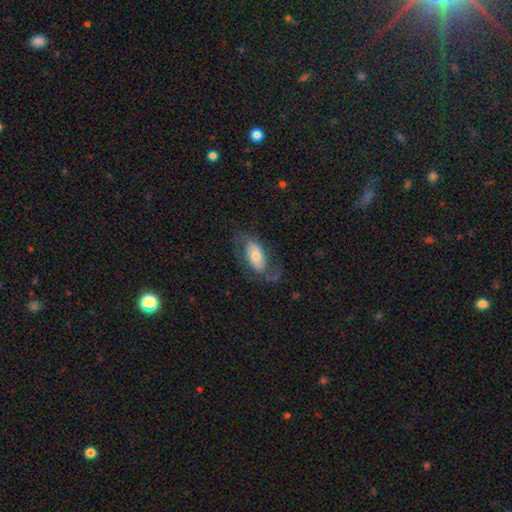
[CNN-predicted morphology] Q: Smooth or featured?
A: featured or disk (48%); runner-up: smooth (45%)
Q: Merging?
A: none (57%); runner-up: major disturbance (21%)